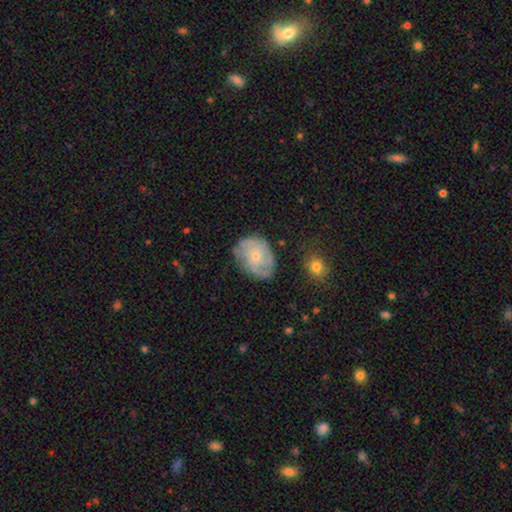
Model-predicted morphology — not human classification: A featured or disk galaxy (72%) with no bar (79%), tight (49%) spiral arms (89%) and a small central bulge (76%).

Vote fractions:
- Smooth or featured? featured or disk: 72% / smooth: 22% / star or artifact: 7%
- Edge-on disk? no: 98% / yes: 2%
- Bar? no: 79% / weak: 19% / strong: 3%
- Spiral arms? yes: 89% / no: 11%
- Spiral winding? tight: 49% / medium: 38% / loose: 13%
- Spiral arm count? can't tell: 30% / 2: 27% / 3: 25% / 4: 8% / 1: 5% / more than 4: 5%
- Bulge size? small: 76% / moderate: 20% / none: 2% / large: 1% / dominant: 1%
- Merging? none: 68% / minor disturbance: 22% / major disturbance: 8% / merger: 2%